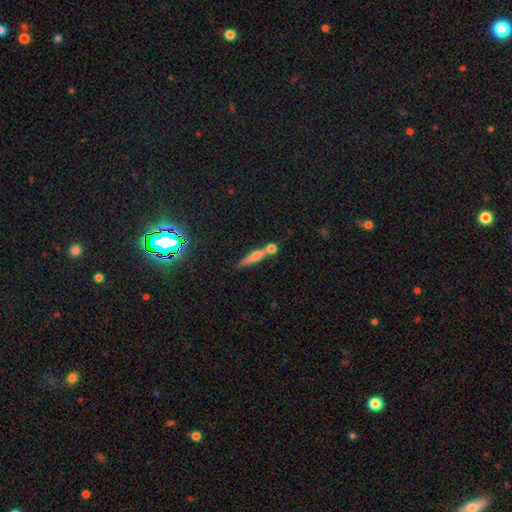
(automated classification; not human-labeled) This is marginally a featured or disk galaxy (44%). Merging: possibly none (59%).